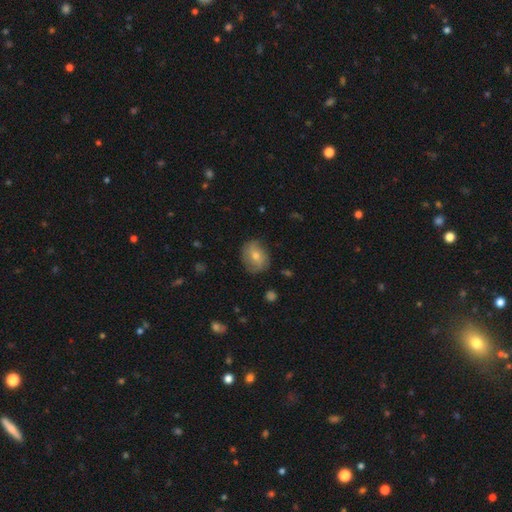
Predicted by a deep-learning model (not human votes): Q: Smooth or featured?
A: smooth (51%); runner-up: featured or disk (39%)
Q: How rounded?
A: round (54%); runner-up: in between (45%)
Q: Merging?
A: none (76%); runner-up: minor disturbance (18%)